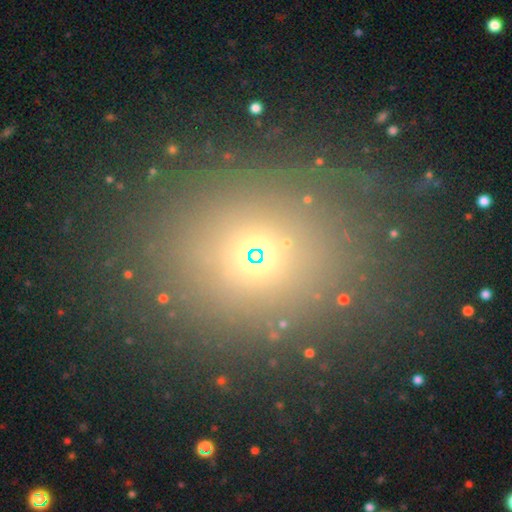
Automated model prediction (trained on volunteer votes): smooth_or_featured: smooth (p=0.56) [alt: star or artifact p=0.33]
how_rounded: round (p=0.69) [alt: in between p=0.28]
merging: none (p=0.80) [alt: minor disturbance p=0.10]